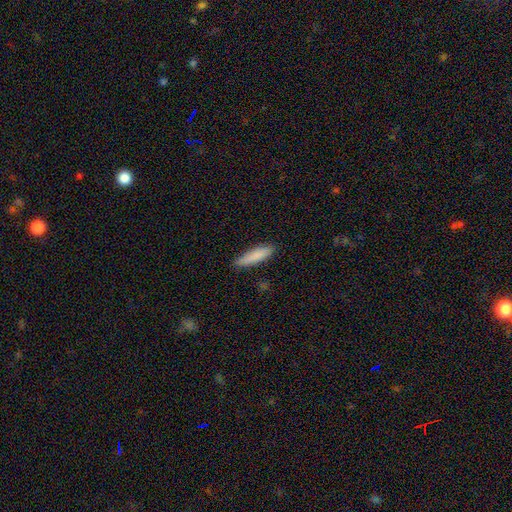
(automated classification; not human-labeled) Overall: smooth (85%). How rounded: cigar-shaped (78%). Merging: none (84%).